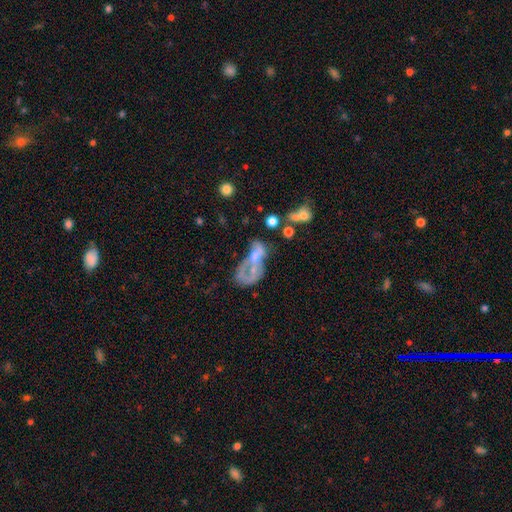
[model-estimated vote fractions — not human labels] Smooth or featured? Predicted: featured or disk (p=0.53). Edge-on disk? Predicted: no (p=0.95). Bar? Predicted: no (p=0.80). Spiral arms? Predicted: no (p=0.79). Bulge size? Predicted: none (p=0.38). Merging? Predicted: merger (p=0.41).